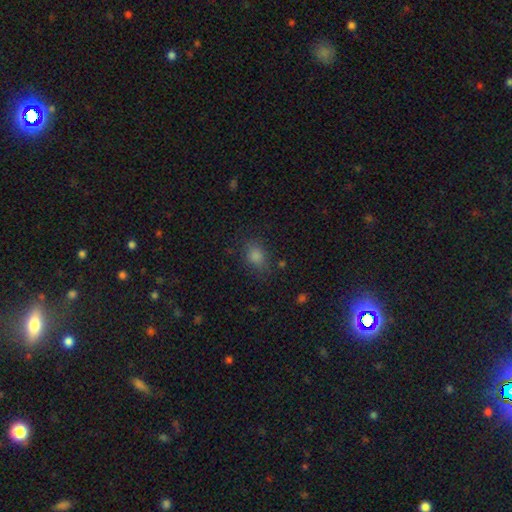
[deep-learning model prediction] The model was most divided on "how rounded": in between: 57%, round: 42%, cigar-shaped: 2%. More confident: merging — none (80%); smooth or featured — smooth (76%).